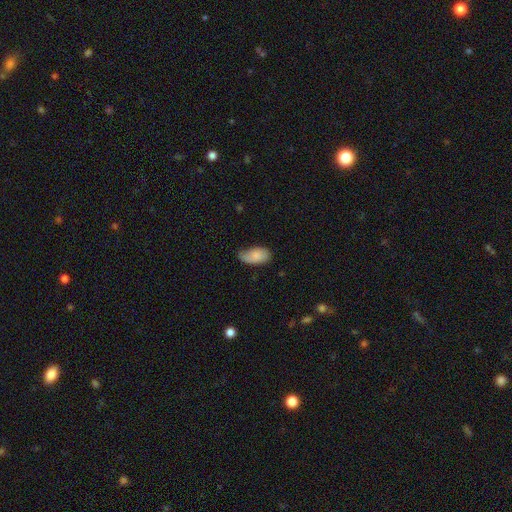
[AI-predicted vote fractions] A smooth galaxy with no disk features (84%) that is in between round and cigar-shaped (94%).

Vote fractions:
- Smooth or featured? smooth: 84% / featured or disk: 9% / star or artifact: 6%
- How rounded? in between: 94% / cigar-shaped: 4% / round: 3%
- Merging? none: 54% / minor disturbance: 36% / major disturbance: 8% / merger: 2%